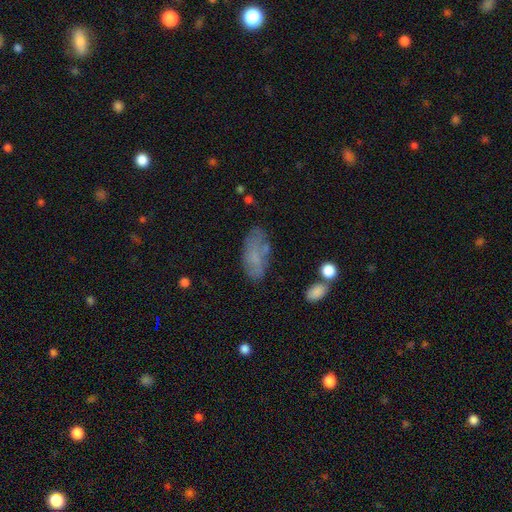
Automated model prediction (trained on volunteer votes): The model was most divided on "smooth or featured": smooth: 64%, featured or disk: 25%, star or artifact: 11%. More confident: how rounded — in between (88%); merging — none (62%).